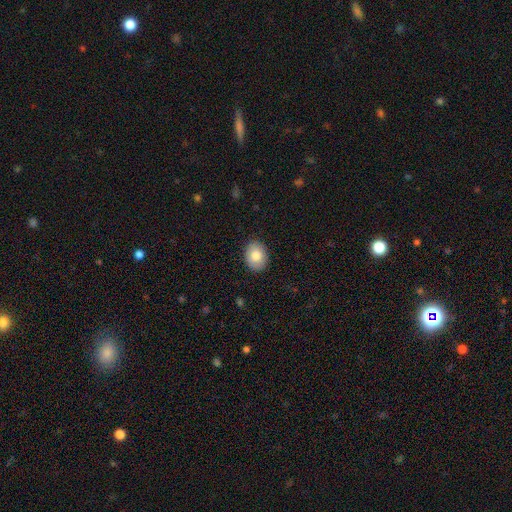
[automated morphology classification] Smooth or featured? smooth (81%)
How rounded? in between (61%)
Merging? none (90%)